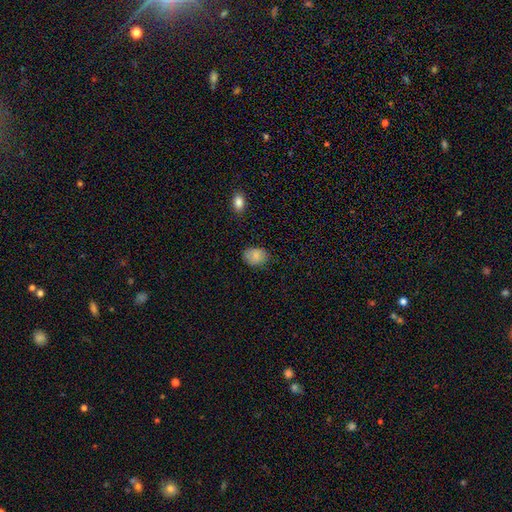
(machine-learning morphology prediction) type=smooth (84%); roundness=in between (62%); merging=none (82%).